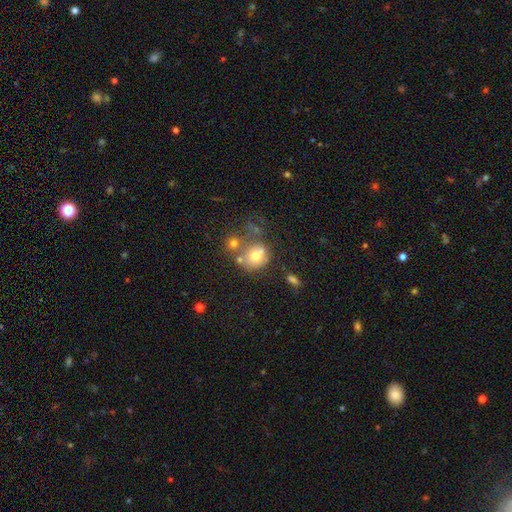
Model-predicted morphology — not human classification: type=smooth (65%); roundness=round (74%); merging=none (41%).